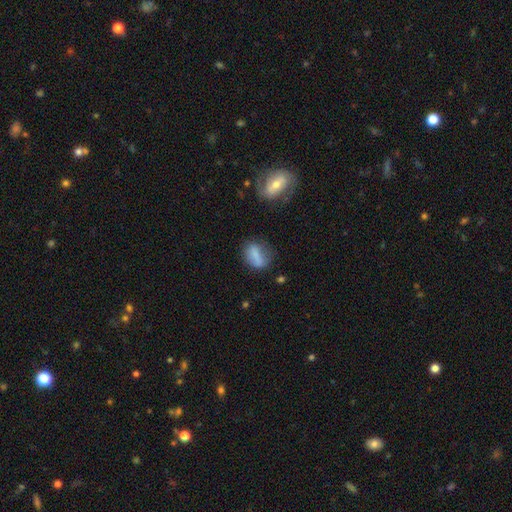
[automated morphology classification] This appears to be a smooth galaxy with no disk features (74%) that is in between round and cigar-shaped (72%). Merging: none (54%).